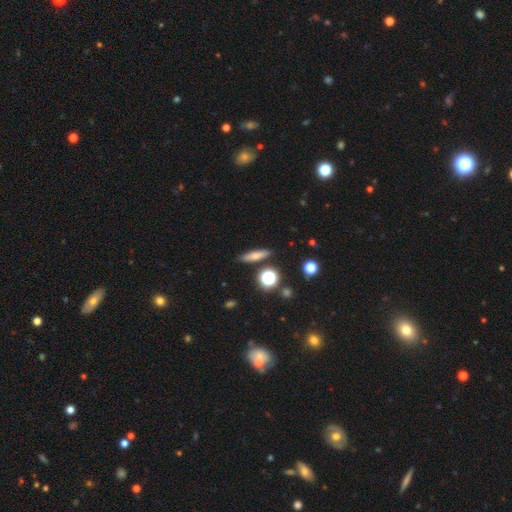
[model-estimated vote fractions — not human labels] smooth_or_featured: smooth (p=0.64) [alt: featured or disk p=0.23]
how_rounded: cigar-shaped (p=0.67) [alt: in between p=0.22]
merging: none (p=0.85) [alt: minor disturbance p=0.09]